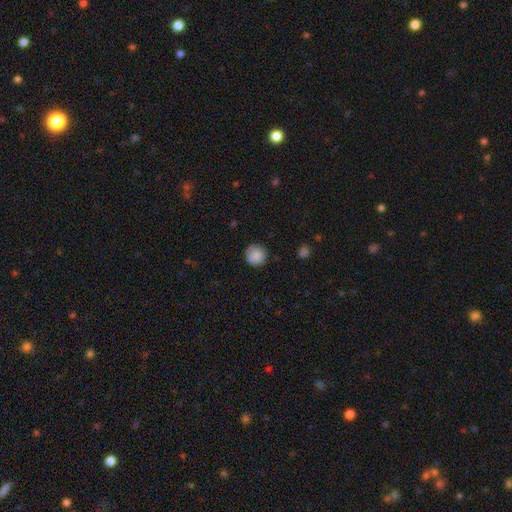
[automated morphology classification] type=smooth (85%); roundness=round (94%); merging=none (83%).